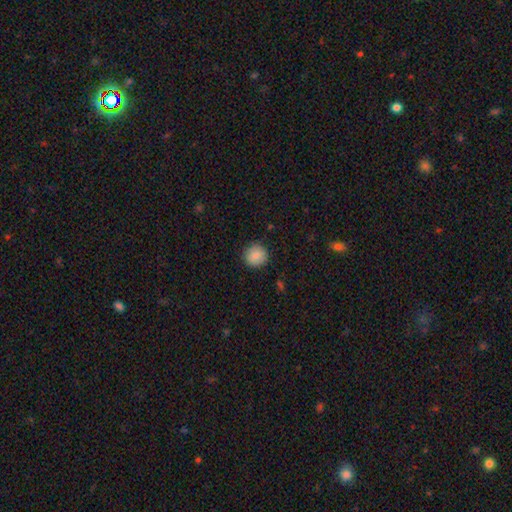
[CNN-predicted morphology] Overall: smooth (82%). How rounded: round (92%). Merging: none (87%).